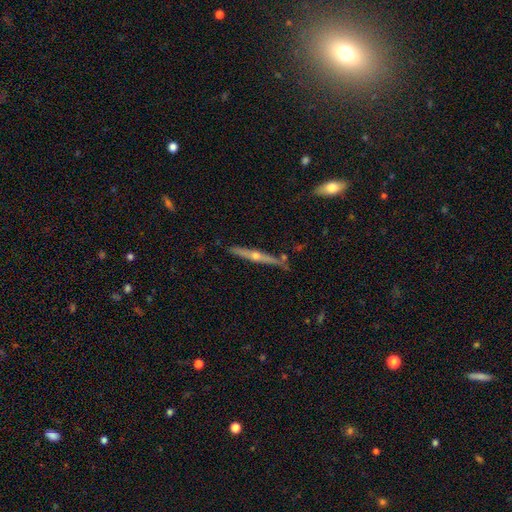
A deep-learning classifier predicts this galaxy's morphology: smooth_or_featured: featured or disk (p=0.75) [alt: smooth p=0.19]
disk_edge_on: yes (p=0.97) [alt: no p=0.03]
edge_on_bulge: rounded (p=0.89) [alt: none p=0.09]
merging: none (p=0.83) [alt: minor disturbance p=0.11]